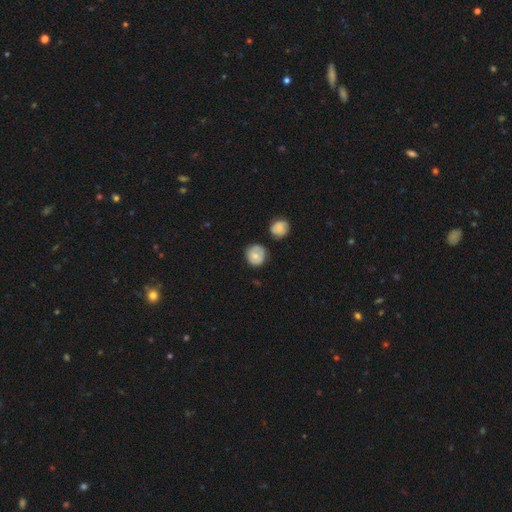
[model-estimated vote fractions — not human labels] Smooth or featured: smooth — 66% (featured or disk — 26%)
How rounded: round — 84% (in between — 15%)
Merging: none — 68% (minor disturbance — 22%)